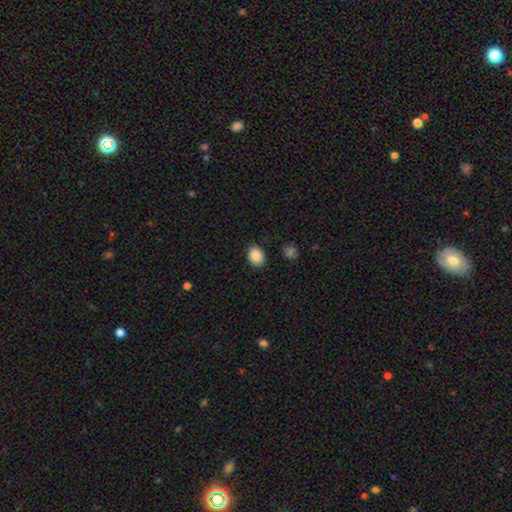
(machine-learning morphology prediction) The model was most divided on "how rounded": in between: 59%, round: 40%, cigar-shaped: 1%. More confident: smooth or featured — smooth (88%); merging — none (86%).